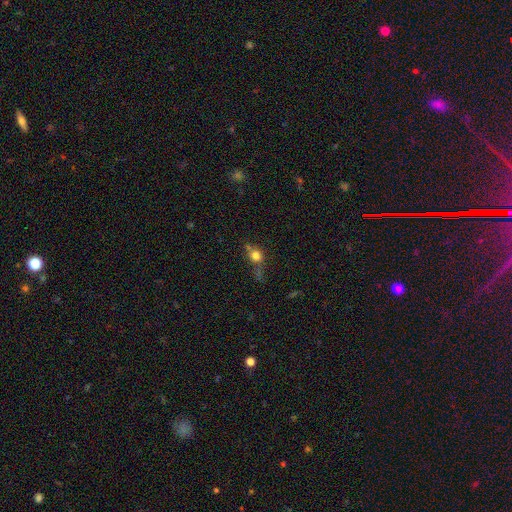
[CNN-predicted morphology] Smooth or featured: smooth — 71% (star or artifact — 17%)
How rounded: round — 80% (in between — 18%)
Merging: none — 51% (minor disturbance — 19%)